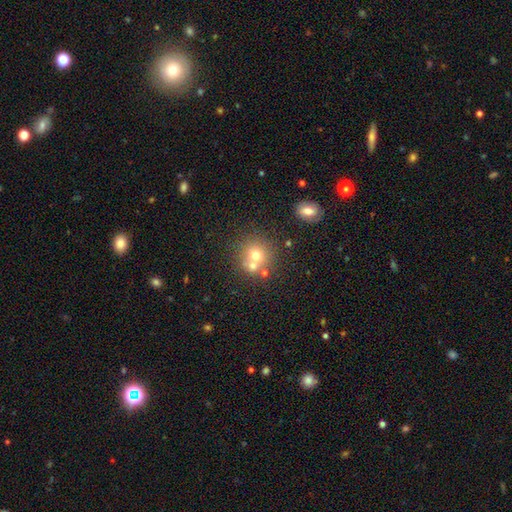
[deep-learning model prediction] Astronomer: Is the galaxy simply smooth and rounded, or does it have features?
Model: smooth — 67%.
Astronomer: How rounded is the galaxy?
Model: round — 87%.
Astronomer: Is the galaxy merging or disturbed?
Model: none — 54% (runner-up: merger, 35%).